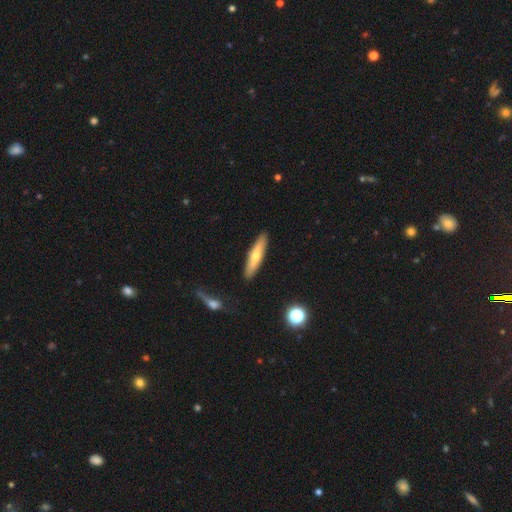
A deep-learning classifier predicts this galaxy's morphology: Smooth or featured: smooth — 57% (featured or disk — 37%)
How rounded: cigar-shaped — 83% (in between — 16%)
Merging: none — 89% (minor disturbance — 8%)